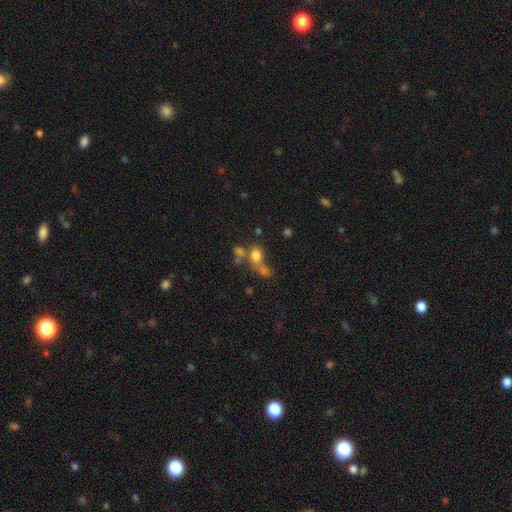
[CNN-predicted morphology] smooth_or_featured: smooth (p=0.72) [alt: star or artifact p=0.15]
how_rounded: in between (p=0.50) [alt: round p=0.48]
merging: merger (p=0.47) [alt: none p=0.34]